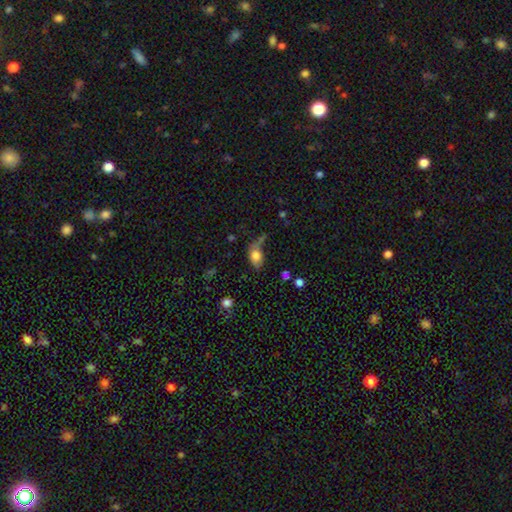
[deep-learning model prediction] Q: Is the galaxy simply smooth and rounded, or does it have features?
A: smooth — 77%.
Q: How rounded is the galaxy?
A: in between — 78%.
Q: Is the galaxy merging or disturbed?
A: none — 42%.